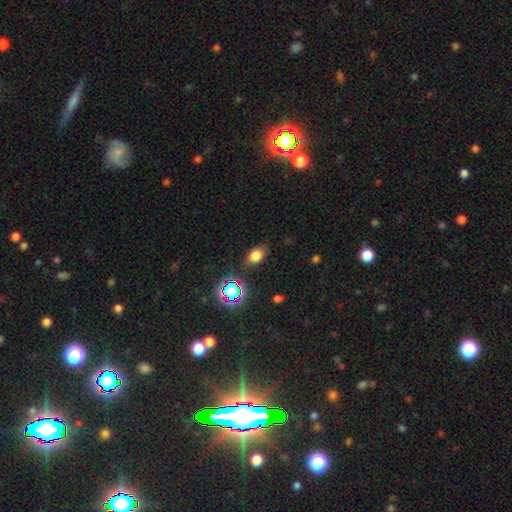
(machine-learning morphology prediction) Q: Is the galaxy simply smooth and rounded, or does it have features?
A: smooth — 73%.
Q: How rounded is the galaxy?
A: in between — 78%.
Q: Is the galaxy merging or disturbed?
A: none — 79%.